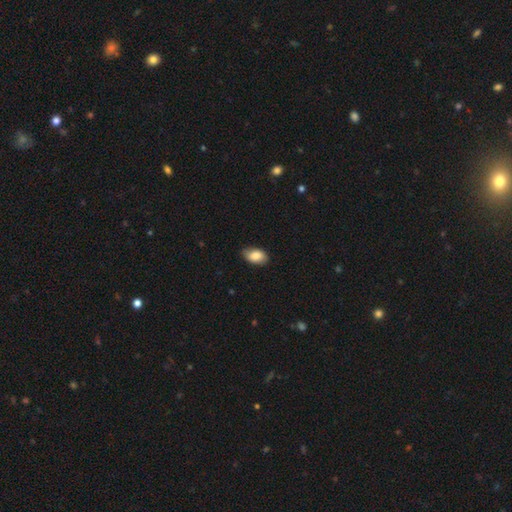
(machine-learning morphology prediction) Smooth or featured? Predicted: smooth (p=0.85). How rounded? Predicted: in between (p=0.92). Merging? Predicted: none (p=0.80).